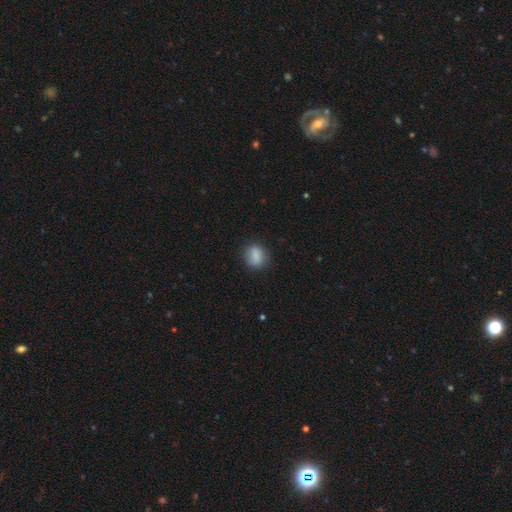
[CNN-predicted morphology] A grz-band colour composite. It shows a smooth galaxy with no disk features (84%) that is in between round and cigar-shaped (55%). Merging: none (80%).